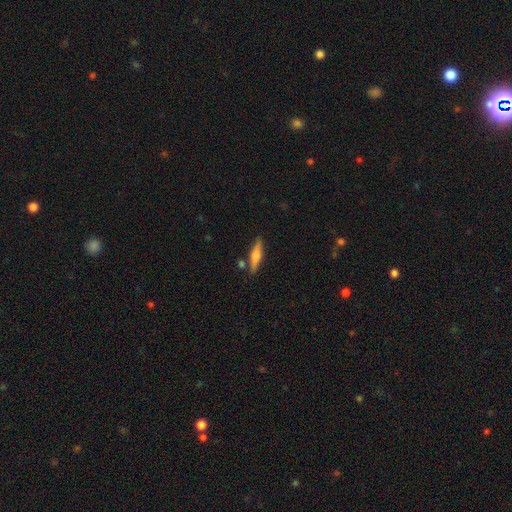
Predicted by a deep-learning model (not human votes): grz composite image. It shows a featured or disk galaxy (48%). Merging: none (82%).